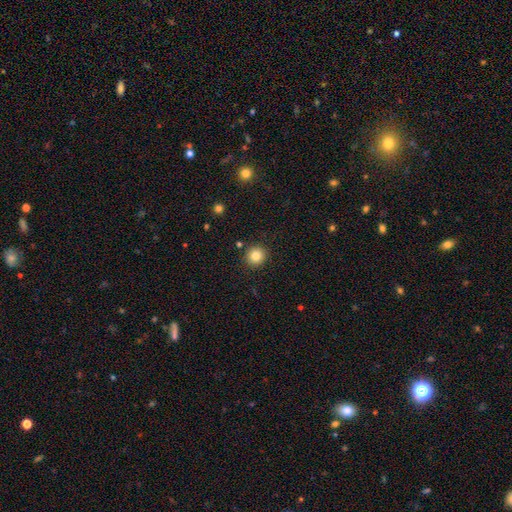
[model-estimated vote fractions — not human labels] Smooth or featured? Predicted: smooth (p=0.83). How rounded? Predicted: round (p=0.92). Merging? Predicted: none (p=0.90).